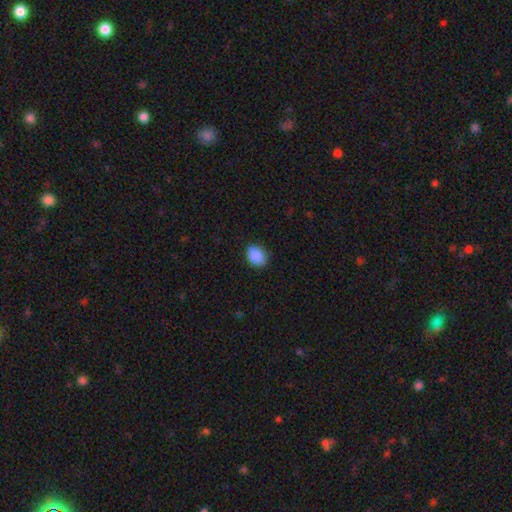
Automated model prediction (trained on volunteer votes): smooth 89%, star or artifact 8%, featured or disk 3%. Down the decision tree: how rounded — in between (67%); merging — none (81%).